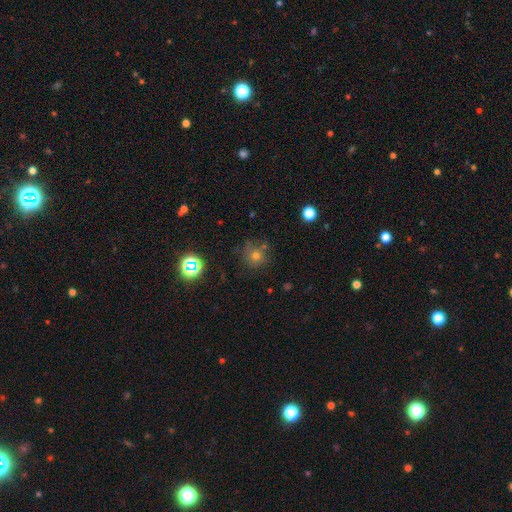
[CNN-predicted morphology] Smooth or featured?
  - smooth: 66% *
  - star or artifact: 24%
  - featured or disk: 10%
How rounded?
  - round: 92% *
  - in between: 7%
  - cigar-shaped: 1%
Merging?
  - none: 76% *
  - minor disturbance: 14%
  - merger: 6%
  - major disturbance: 5%